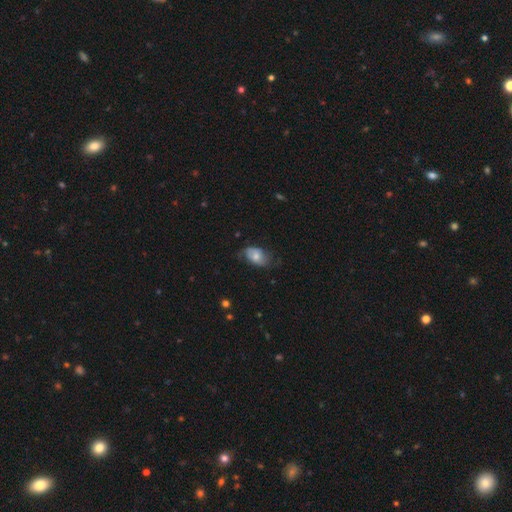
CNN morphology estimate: type=smooth (61%); roundness=in between (87%); merging=none (54%).